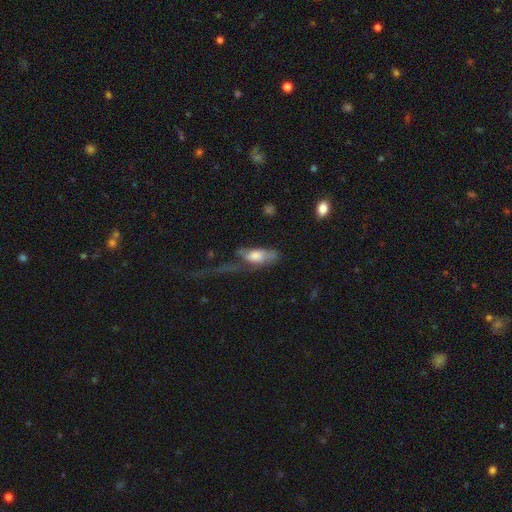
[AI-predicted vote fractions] This appears to be a smooth galaxy with no disk features (61%) that is in between round and cigar-shaped (78%). Merging: major disturbance (54%).